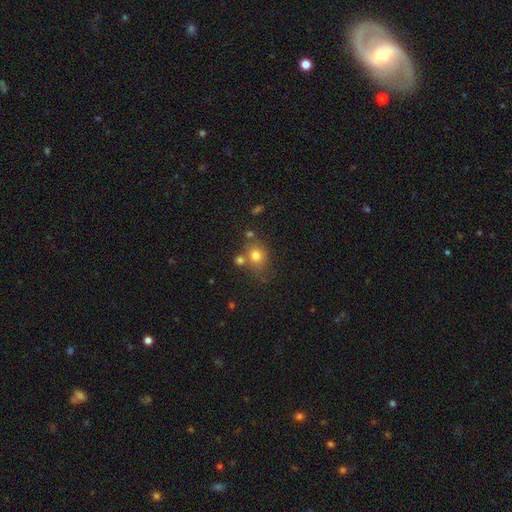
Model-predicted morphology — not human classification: Smooth or featured? Predicted: smooth (p=0.75). How rounded? Predicted: round (p=0.68). Merging? Predicted: none (p=0.59).